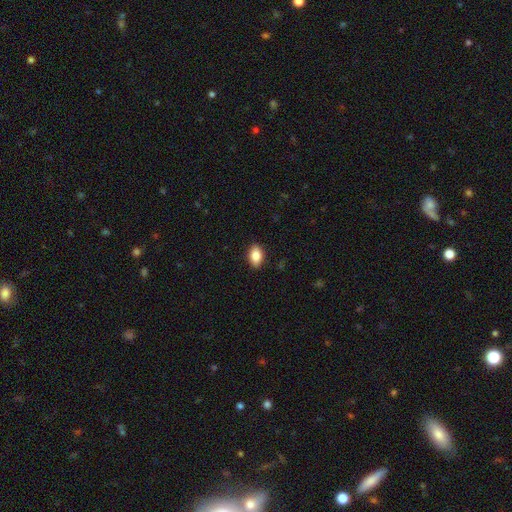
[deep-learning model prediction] Smooth or featured? smooth (85%)
How rounded? in between (88%)
Merging? none (89%)